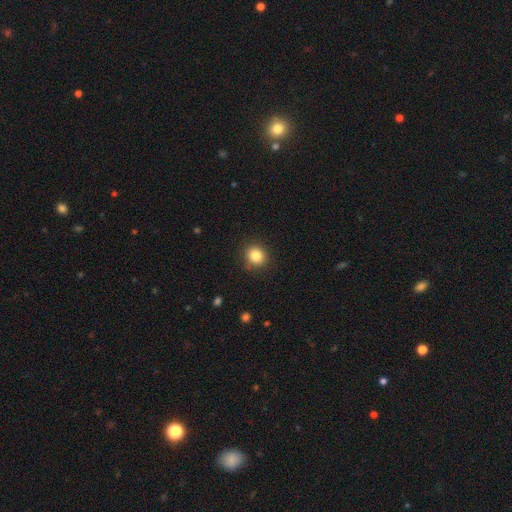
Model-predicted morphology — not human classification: A smooth galaxy with no disk features (85%) that is round (84%). Merging: none (88%).